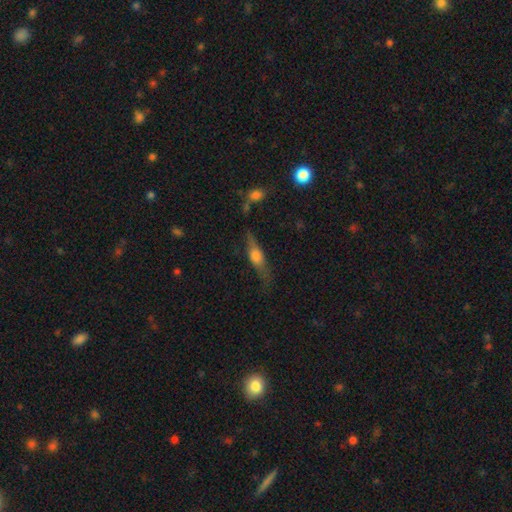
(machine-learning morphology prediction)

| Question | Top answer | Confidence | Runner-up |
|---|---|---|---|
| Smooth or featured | smooth | 47% | featured or disk (45%) |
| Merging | none | 62% | minor disturbance (23%) |